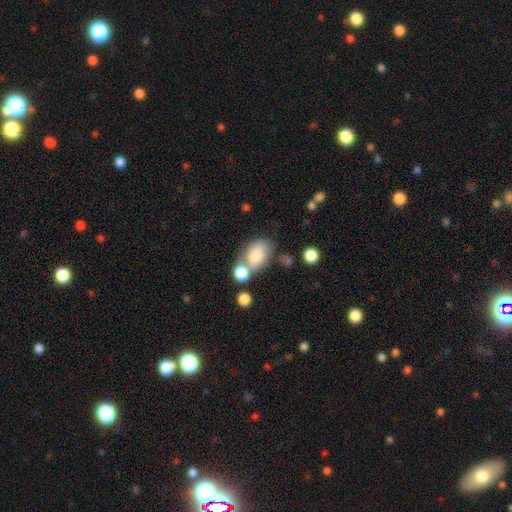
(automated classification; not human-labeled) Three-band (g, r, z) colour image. It shows a smooth galaxy with no disk features (77%) that is in between round and cigar-shaped (79%). Merging: merger (37%, tied with none).